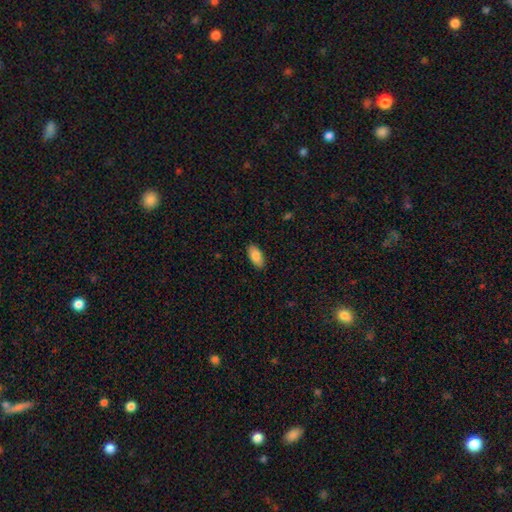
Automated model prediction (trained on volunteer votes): smooth-or-featured: smooth: 86% | featured or disk: 7% | star or artifact: 6%
  how-rounded: in between: 92% | cigar-shaped: 5% | round: 2%
  merging: none: 88% | minor disturbance: 9% | major disturbance: 2% | merger: 1%